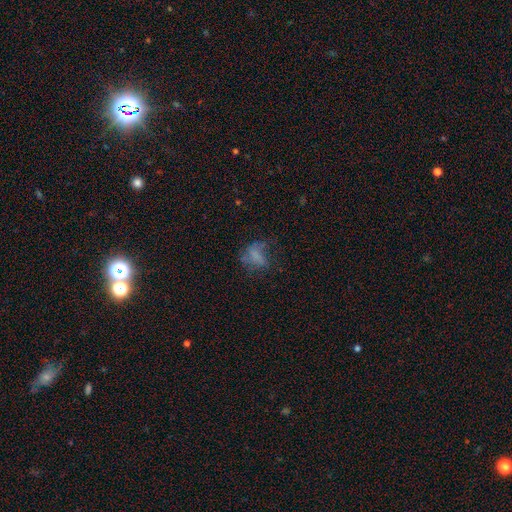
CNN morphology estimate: Smooth or featured: smooth — 52% (featured or disk — 30%)
How rounded: in between — 69% (round — 26%)
Merging: none — 39% (major disturbance — 36%)